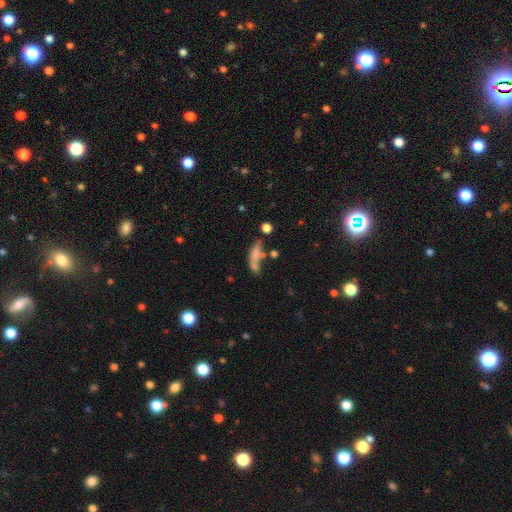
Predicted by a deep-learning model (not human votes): smooth_or_featured: smooth (p=0.66) [alt: featured or disk p=0.23]
how_rounded: in between (p=0.55) [alt: cigar-shaped p=0.40]
merging: none (p=0.34) [alt: merger p=0.31]